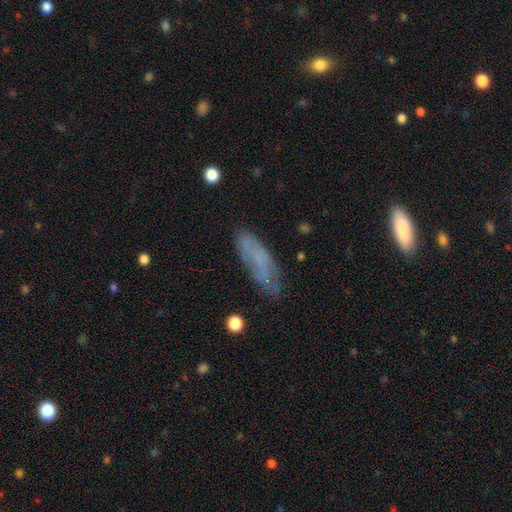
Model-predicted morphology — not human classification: A smooth galaxy with no disk features (58%) that is in between round and cigar-shaped (53%). Merging: none (72%).